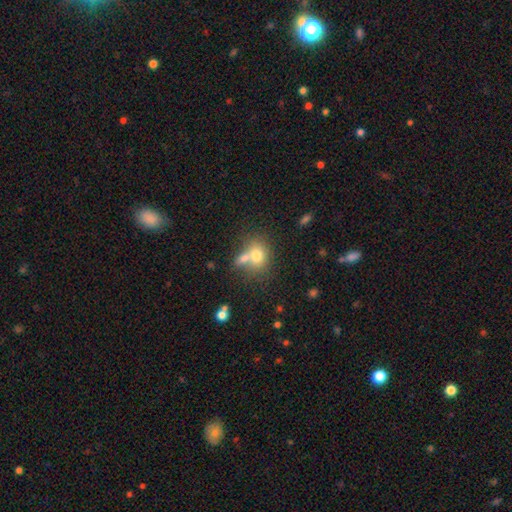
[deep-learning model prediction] Smooth or featured? Predicted: smooth (p=0.74). How rounded? Predicted: round (p=0.52). Merging? Predicted: merger (p=0.44).